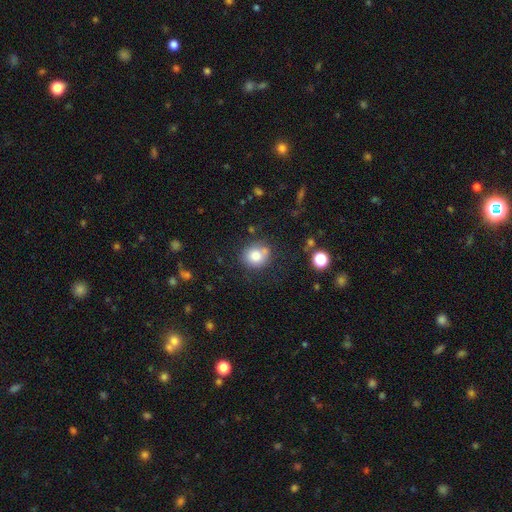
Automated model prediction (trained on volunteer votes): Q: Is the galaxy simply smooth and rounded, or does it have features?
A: smooth — 80%.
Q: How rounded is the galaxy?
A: round — 80%.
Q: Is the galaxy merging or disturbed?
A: none — 69%.